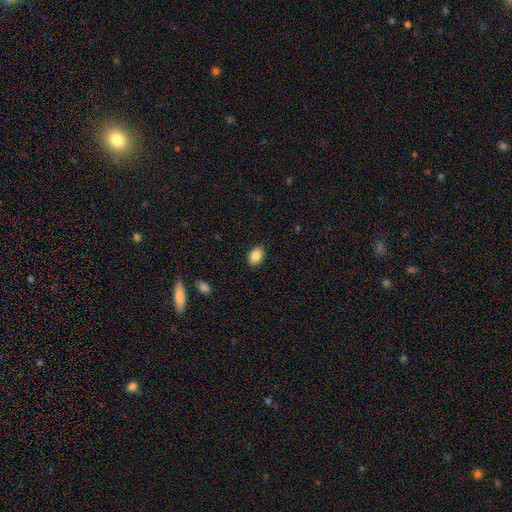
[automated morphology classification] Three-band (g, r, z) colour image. It shows a smooth galaxy with no disk features (87%) that is in between round and cigar-shaped (81%). Merging: none (88%).